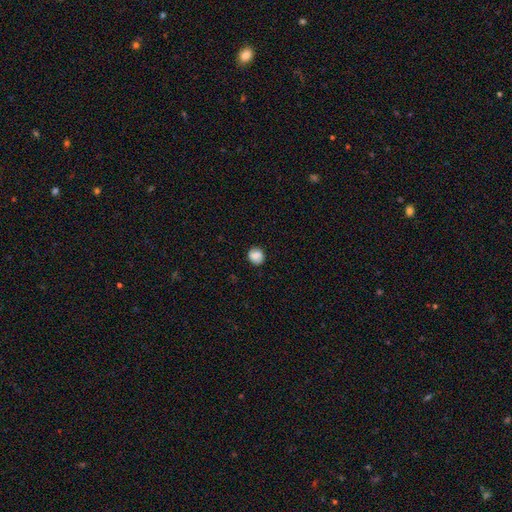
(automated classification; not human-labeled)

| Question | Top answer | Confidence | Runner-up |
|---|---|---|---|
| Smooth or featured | smooth | 82% | star or artifact (9%) |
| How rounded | round | 81% | in between (18%) |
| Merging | none | 84% | minor disturbance (11%) |